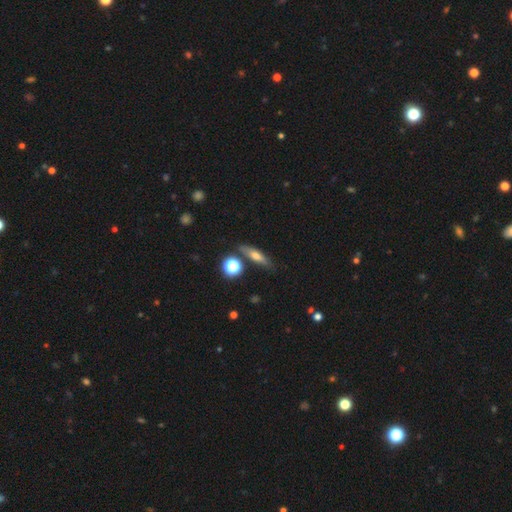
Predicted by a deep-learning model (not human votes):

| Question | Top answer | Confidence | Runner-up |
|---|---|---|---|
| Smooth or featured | smooth | 55% | featured or disk (34%) |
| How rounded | cigar-shaped | 56% | in between (34%) |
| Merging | none | 78% | minor disturbance (12%) |